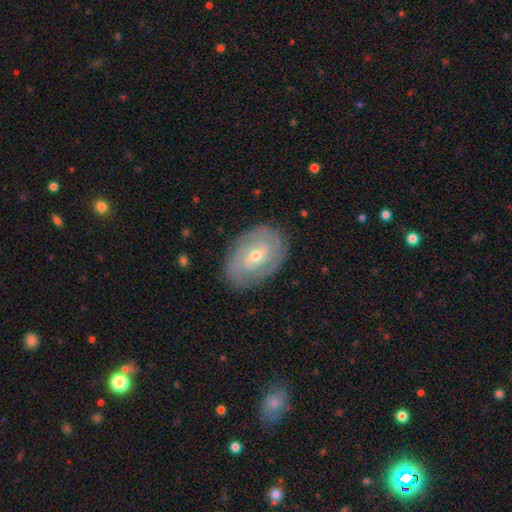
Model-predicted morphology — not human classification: type=featured or disk (78%); edge-on=no (96%); bar=no (48%); spiral arms=yes (89%); winding=tight (73%); arm count=can't tell (37%); bulge=small (49%); merging=none (83%).